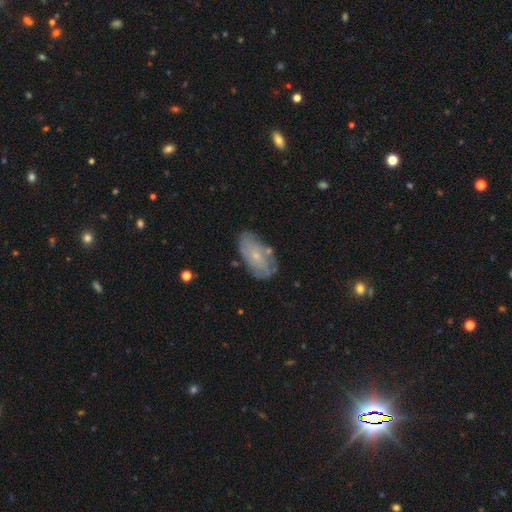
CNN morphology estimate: type=featured or disk (53%); edge-on=no (92%); merging=none (67%).